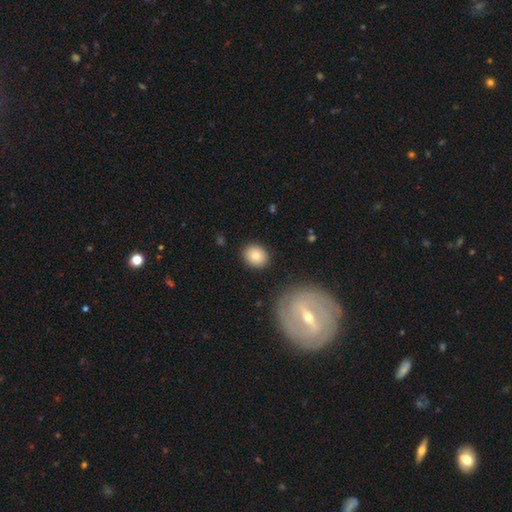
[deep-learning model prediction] This appears to be a smooth galaxy with no disk features (84%) that is round (63%). Merging: none (88%).